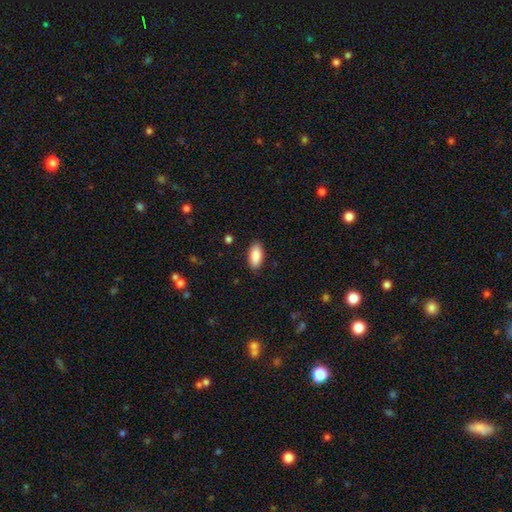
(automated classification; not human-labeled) smooth-or-featured: smooth: 88% | star or artifact: 6% | featured or disk: 6%
  how-rounded: in between: 91% | cigar-shaped: 7% | round: 2%
  merging: none: 88% | minor disturbance: 9% | major disturbance: 2% | merger: 1%